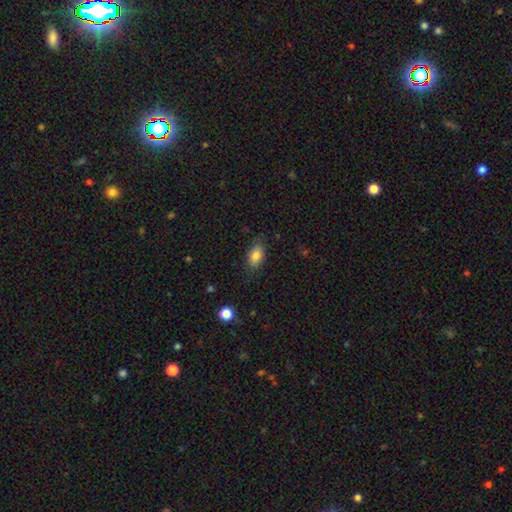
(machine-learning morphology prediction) Q: Smooth or featured?
A: smooth (83%); runner-up: featured or disk (9%)
Q: How rounded?
A: in between (90%); runner-up: round (7%)
Q: Merging?
A: none (79%); runner-up: minor disturbance (16%)